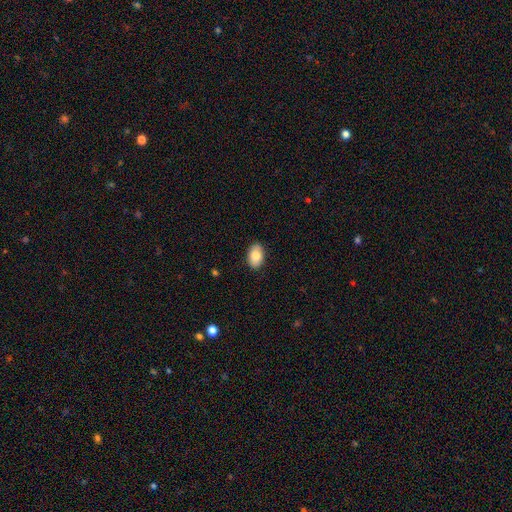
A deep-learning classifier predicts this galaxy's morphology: Smooth or featured? Predicted: smooth (p=0.83). How rounded? Predicted: in between (p=0.90). Merging? Predicted: none (p=0.88).